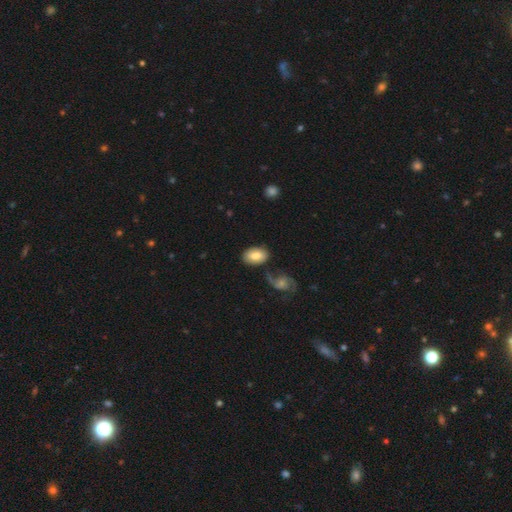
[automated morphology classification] Smooth or featured? Predicted: smooth (p=0.74). How rounded? Predicted: in between (p=0.87). Merging? Predicted: none (p=0.70).